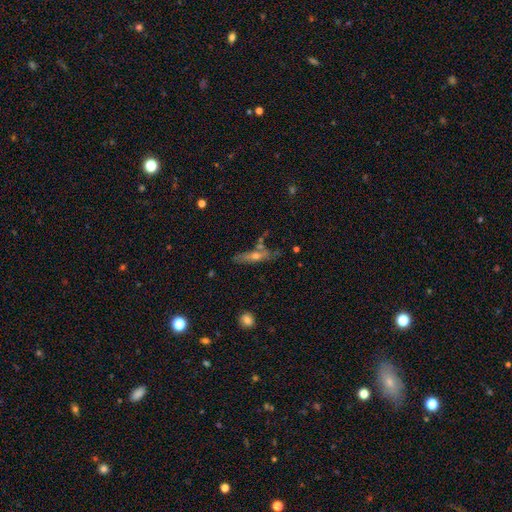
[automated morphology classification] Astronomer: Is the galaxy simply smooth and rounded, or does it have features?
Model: featured or disk — 54% (runner-up: smooth, 36%).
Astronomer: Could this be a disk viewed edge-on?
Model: yes — 75%.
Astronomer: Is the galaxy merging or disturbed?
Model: none — 62%.